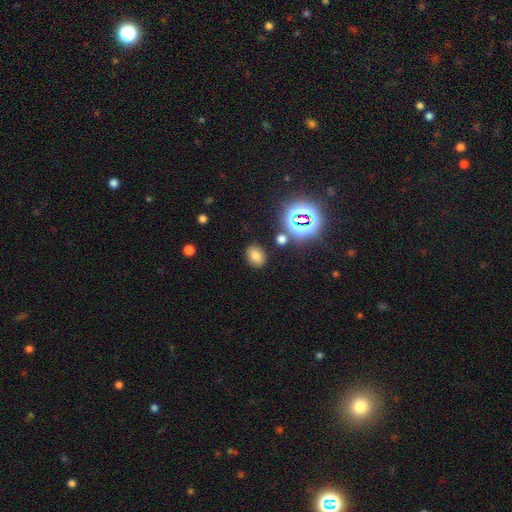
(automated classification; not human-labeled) smooth_or_featured: smooth (p=0.72) [alt: star or artifact p=0.20]
how_rounded: in between (p=0.66) [alt: round p=0.33]
merging: none (p=0.84) [alt: minor disturbance p=0.10]